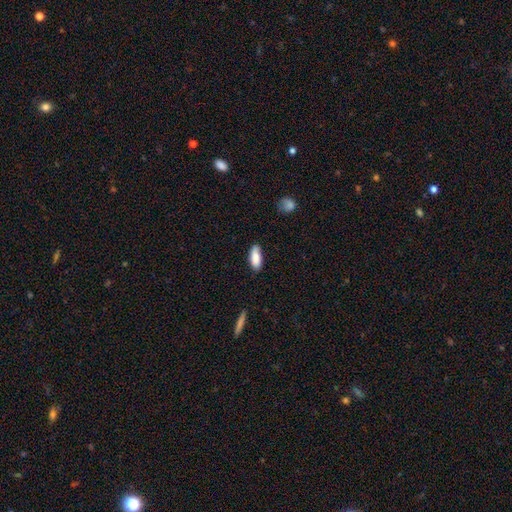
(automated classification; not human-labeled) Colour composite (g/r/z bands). It shows a smooth galaxy with no disk features (87%) that is in between round and cigar-shaped (79%). Merging: none (77%).